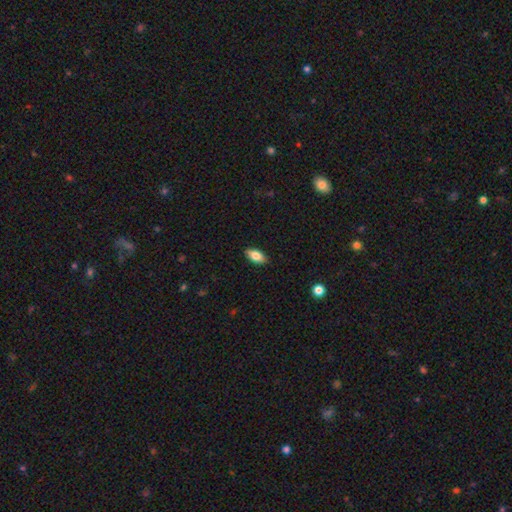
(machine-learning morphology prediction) smooth 81%, featured or disk 12%, star or artifact 7%. Down the decision tree: how rounded — in between (91%); merging — none (89%).